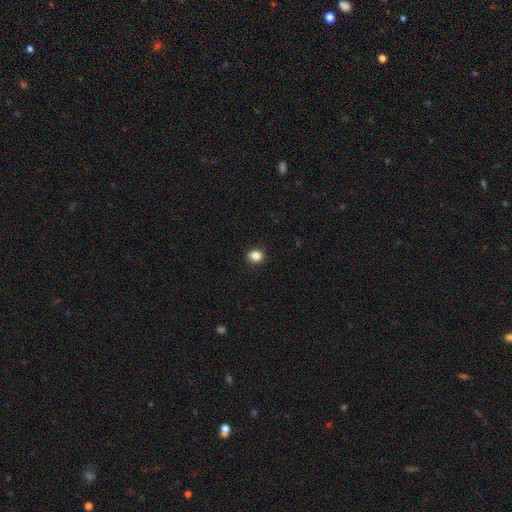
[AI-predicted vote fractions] A smooth galaxy with no disk features (86%) that is round (70%).

Vote fractions:
- Smooth or featured? smooth: 86% / star or artifact: 10% / featured or disk: 4%
- How rounded? round: 70% / in between: 29% / cigar-shaped: 1%
- Merging? none: 91% / minor disturbance: 6% / major disturbance: 2% / merger: 1%